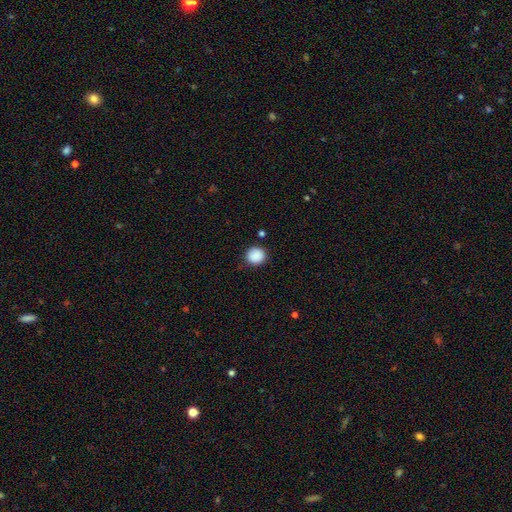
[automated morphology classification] This is clearly a smooth galaxy (89%). How rounded: clearly round (90%). Merging: clearly none (87%).